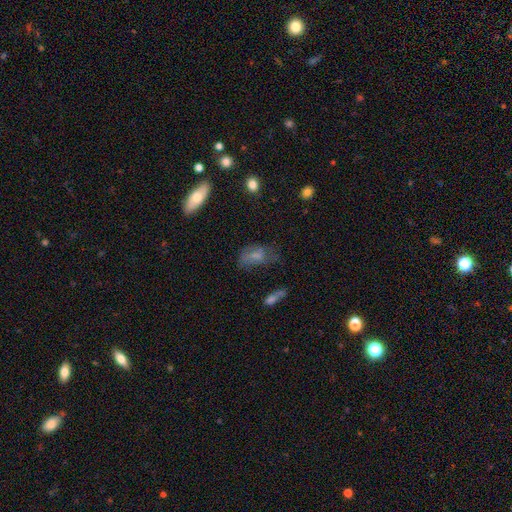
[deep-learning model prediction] Smooth or featured? smooth (61%)
How rounded? in between (87%)
Merging? none (43%)